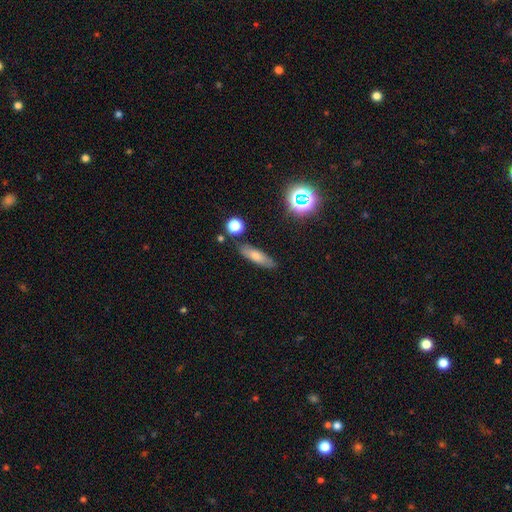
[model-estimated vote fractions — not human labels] Smooth or featured? smooth (69%)
How rounded? cigar-shaped (56%)
Merging? none (82%)